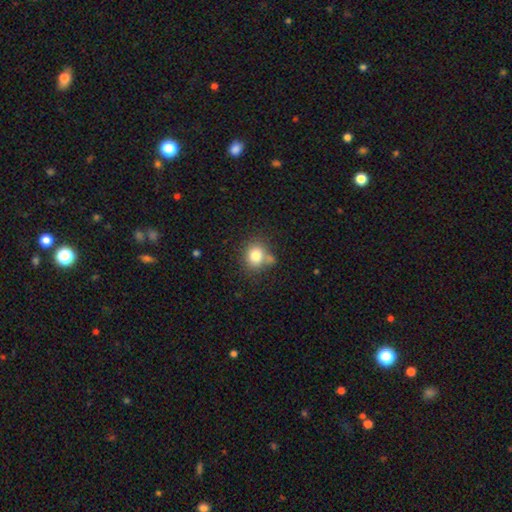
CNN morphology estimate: The model was most divided on "how rounded": round: 72%, in between: 27%, cigar-shaped: 1%. More confident: smooth or featured — smooth (80%); merging — none (65%).